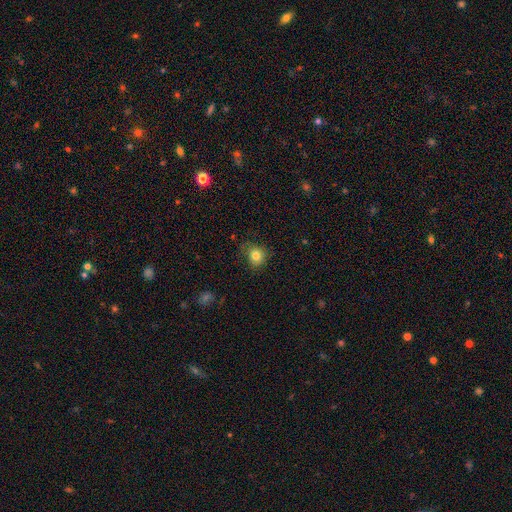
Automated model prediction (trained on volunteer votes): Smooth or featured? smooth (81%)
How rounded? round (80%)
Merging? none (70%)